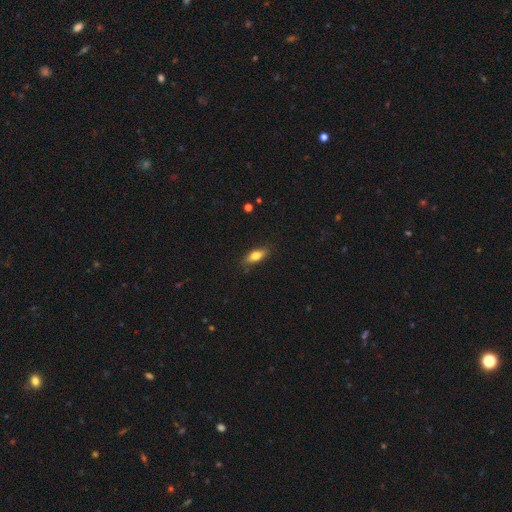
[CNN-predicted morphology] Smooth or featured: smooth — 73% (featured or disk — 20%)
How rounded: in between — 70% (cigar-shaped — 27%)
Merging: none — 82% (minor disturbance — 14%)